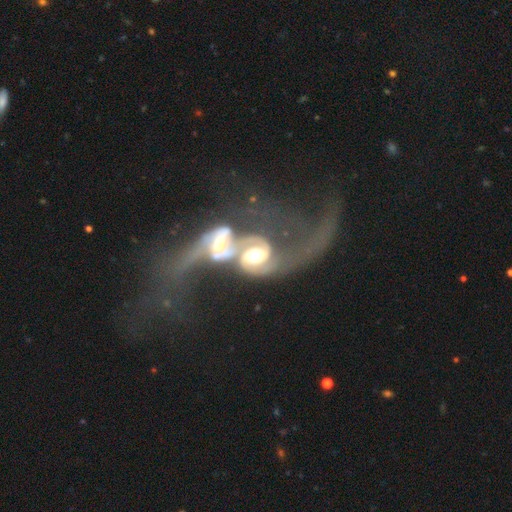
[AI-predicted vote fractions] Overall: featured or disk (87%). Edge-on disk: no (96%). Bar: strong (37%, tied with weak). Spiral arms: yes (94%). Spiral arm count: 2 (81%). Spiral winding: medium (38%; loose 32%). Bulge size: moderate (55%; large 32%). Merging: merger (79%).